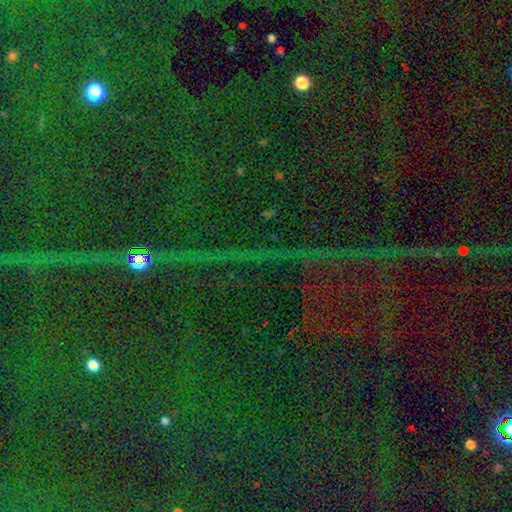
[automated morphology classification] A star or artifact, not a galaxy (83%).